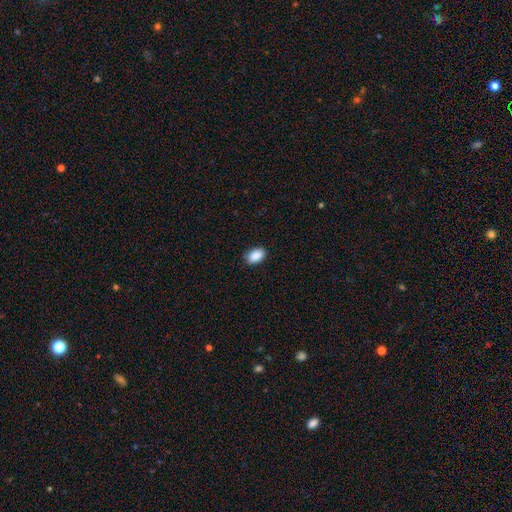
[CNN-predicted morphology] This is clearly a smooth galaxy (91%). How rounded: clearly in between (90%). Merging: clearly none (87%).